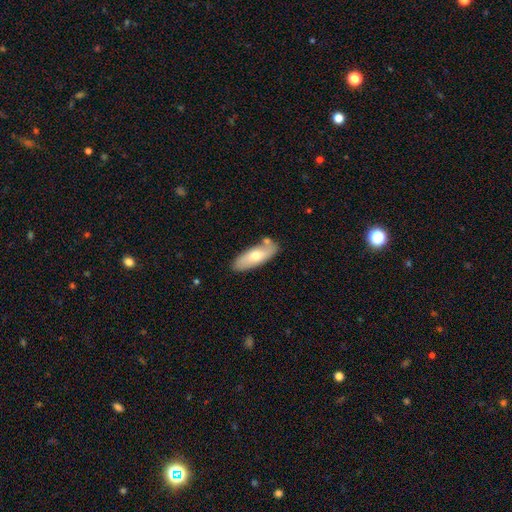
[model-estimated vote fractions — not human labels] smooth_or_featured: smooth (p=0.62) [alt: featured or disk p=0.32]
how_rounded: in between (p=0.73) [alt: cigar-shaped p=0.25]
merging: none (p=0.71) [alt: minor disturbance p=0.15]